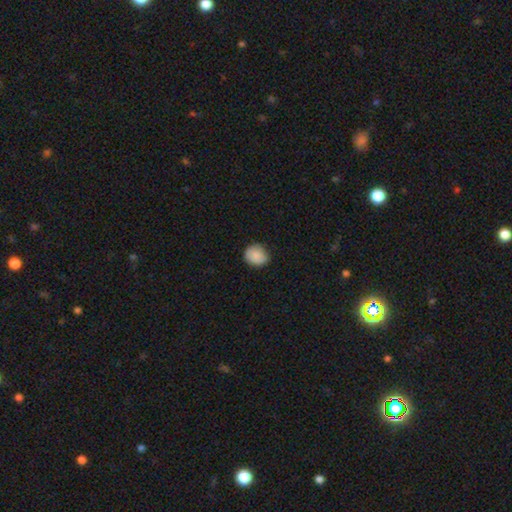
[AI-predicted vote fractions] Smooth or featured?
  - smooth: 87% *
  - star or artifact: 7%
  - featured or disk: 5%
How rounded?
  - round: 72% *
  - in between: 27%
  - cigar-shaped: 1%
Merging?
  - none: 79% *
  - minor disturbance: 17%
  - major disturbance: 3%
  - merger: 1%